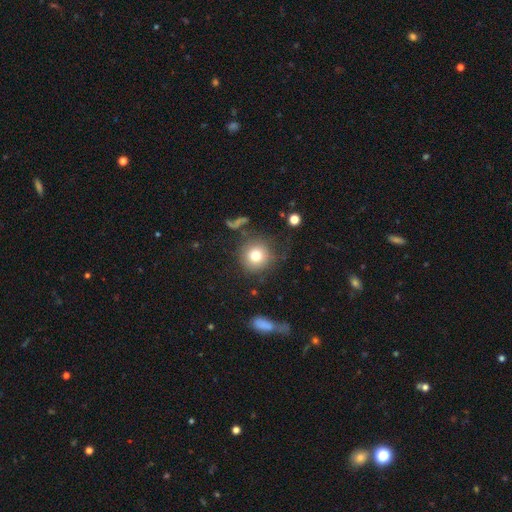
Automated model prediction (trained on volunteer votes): This appears to be a smooth galaxy with no disk features (78%) that is round (92%). Merging: none (75%).